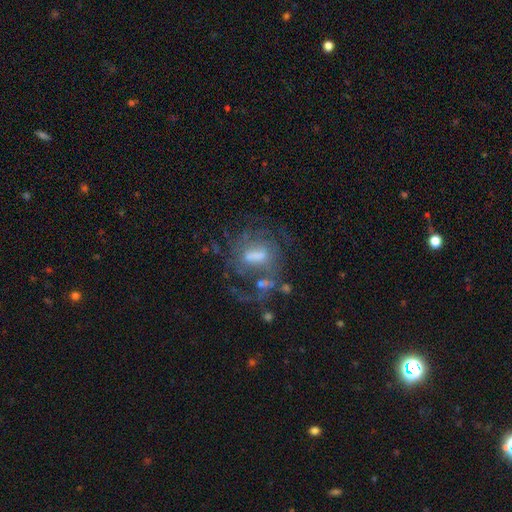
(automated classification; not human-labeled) smooth-or-featured: featured or disk: 70% | smooth: 18% | star or artifact: 13%
  disk-edge-on: no: 95% | yes: 5%
    bar: weak: 48% | no: 30% | strong: 22%
    has-spiral-arms: yes: 73% | no: 27%
    bulge-size: moderate: 44% | small: 26% | none: 15% | large: 13% | dominant: 2%
  merging: none: 46% | major disturbance: 26% | minor disturbance: 17% | merger: 10%